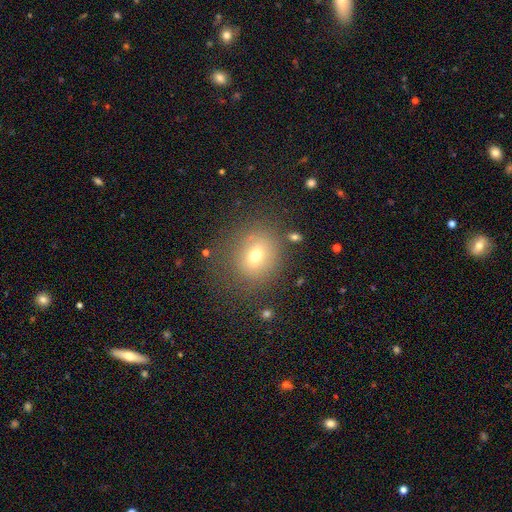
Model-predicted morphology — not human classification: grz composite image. It shows a smooth galaxy with no disk features (67%) that is round (70%). Merging: none (73%).